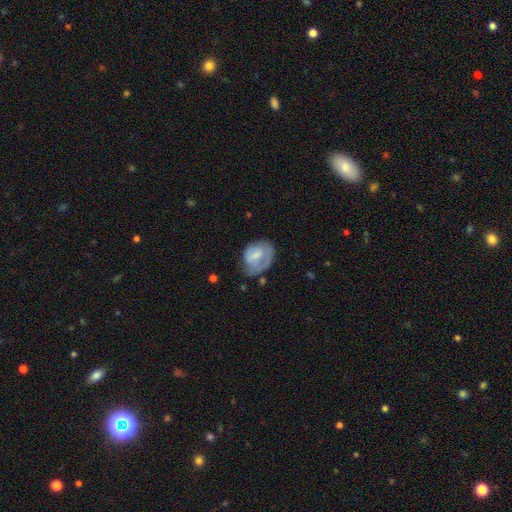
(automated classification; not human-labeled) Smooth or featured?
  - smooth: 52% *
  - featured or disk: 41%
  - star or artifact: 7%
How rounded?
  - in between: 65% *
  - round: 34%
  - cigar-shaped: 1%
Merging?
  - none: 41% *
  - minor disturbance: 32%
  - major disturbance: 24%
  - merger: 3%